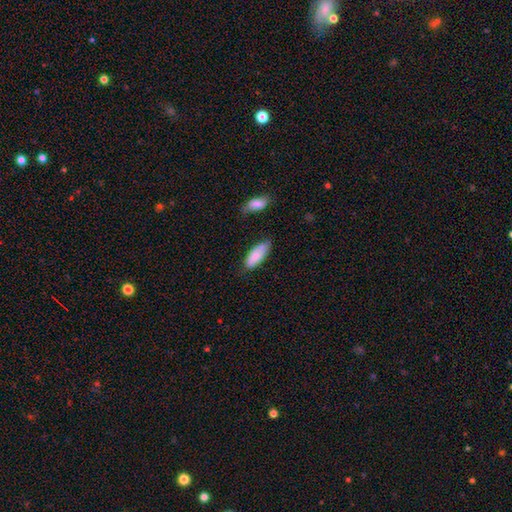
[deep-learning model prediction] smooth 79%, featured or disk 15%, star or artifact 6%. Down the decision tree: how rounded — in between (78%); merging — none (63%).